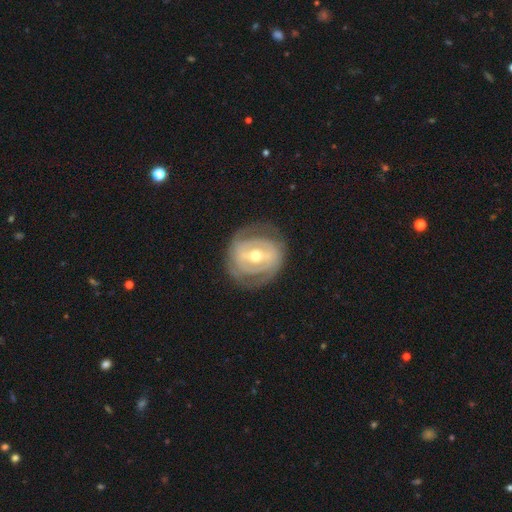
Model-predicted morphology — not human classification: type=featured or disk (81%); edge-on=no (96%); bar=strong (41%); spiral arms=yes (80%); winding=tight (63%); arm count=2 (55%); bulge=moderate (71%); merging=none (76%).